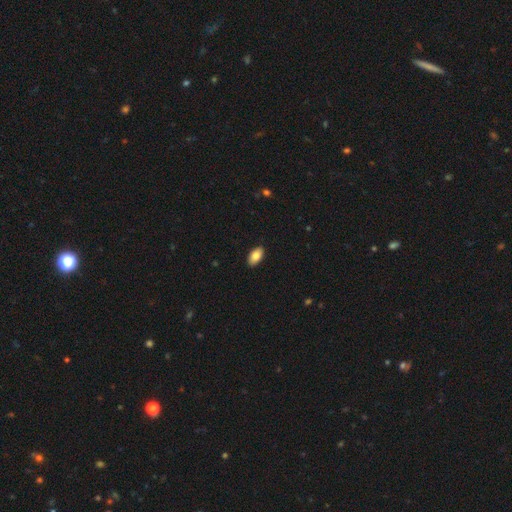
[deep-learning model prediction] Smooth or featured? smooth (85%)
How rounded? in between (94%)
Merging? none (90%)